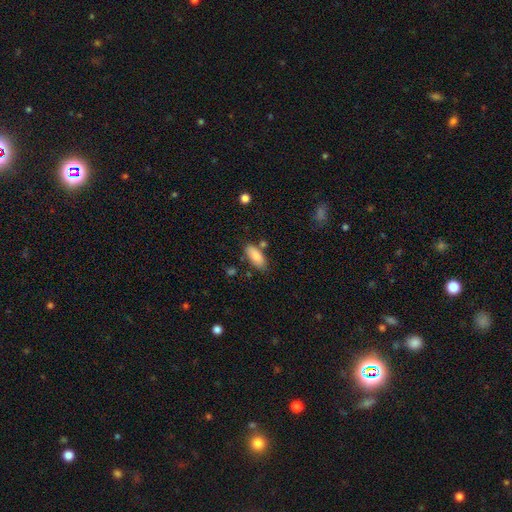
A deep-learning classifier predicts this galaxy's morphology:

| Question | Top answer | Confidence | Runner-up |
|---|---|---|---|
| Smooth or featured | smooth | 84% | featured or disk (9%) |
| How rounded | in between | 85% | cigar-shaped (13%) |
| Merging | none | 74% | minor disturbance (15%) |